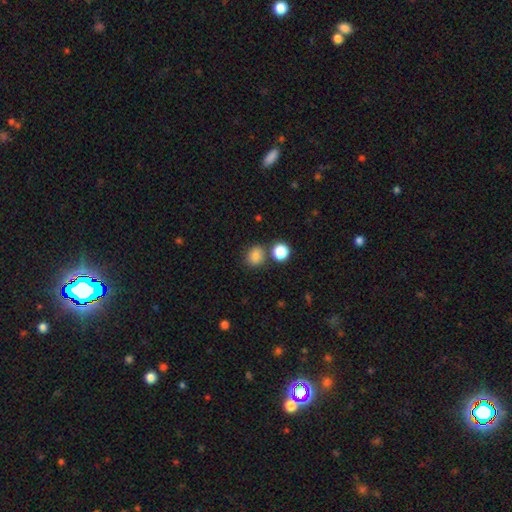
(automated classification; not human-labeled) Smooth or featured?
  - smooth: 82% *
  - star or artifact: 12%
  - featured or disk: 6%
How rounded?
  - round: 72% *
  - in between: 27%
  - cigar-shaped: 1%
Merging?
  - none: 75% *
  - merger: 12%
  - minor disturbance: 10%
  - major disturbance: 3%